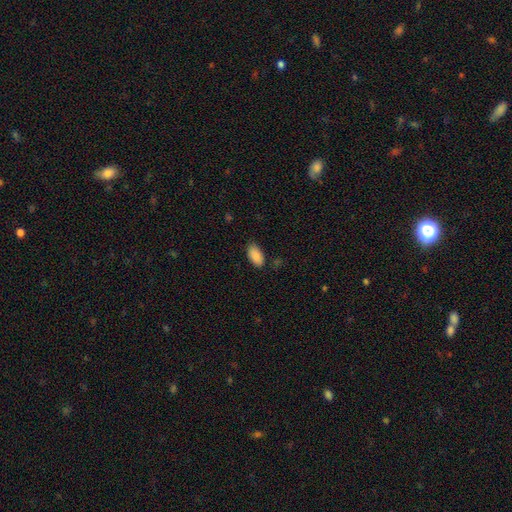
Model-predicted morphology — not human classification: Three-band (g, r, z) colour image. It shows a smooth galaxy with no disk features (89%) that is in between round and cigar-shaped (94%). Merging: none (83%).